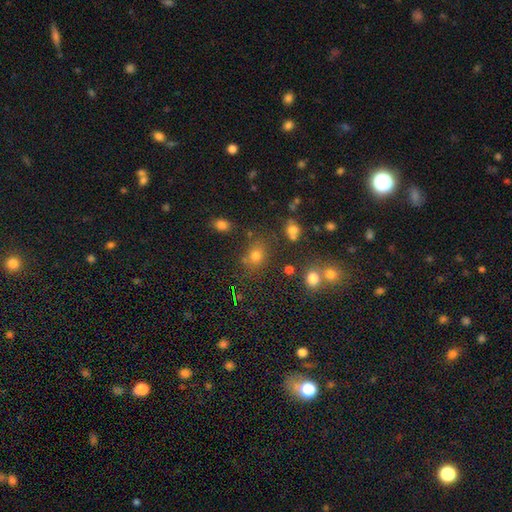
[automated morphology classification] Smooth or featured: smooth — 69% (star or artifact — 23%)
How rounded: round — 61% (in between — 38%)
Merging: none — 71% (minor disturbance — 13%)